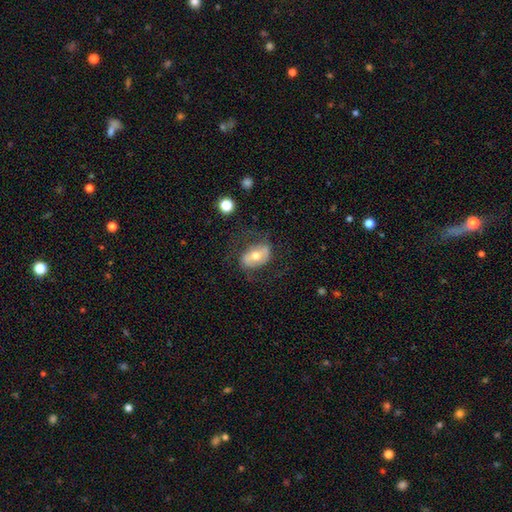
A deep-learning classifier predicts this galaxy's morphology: Smooth or featured? featured or disk (51%)
Edge-on disk? no (92%)
Merging? none (62%)